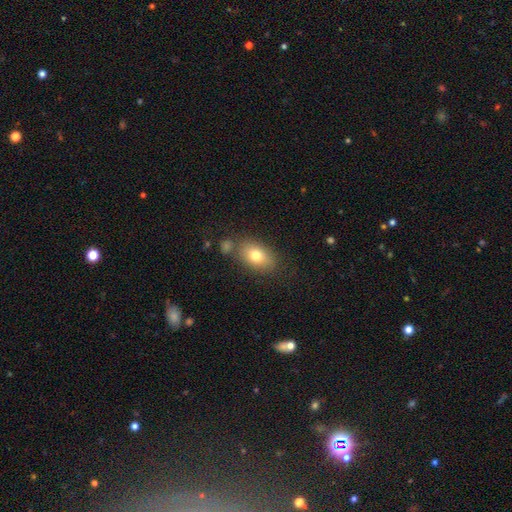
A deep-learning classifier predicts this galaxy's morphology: Overall: smooth (76%). How rounded: in between (85%). Merging: none (72%).